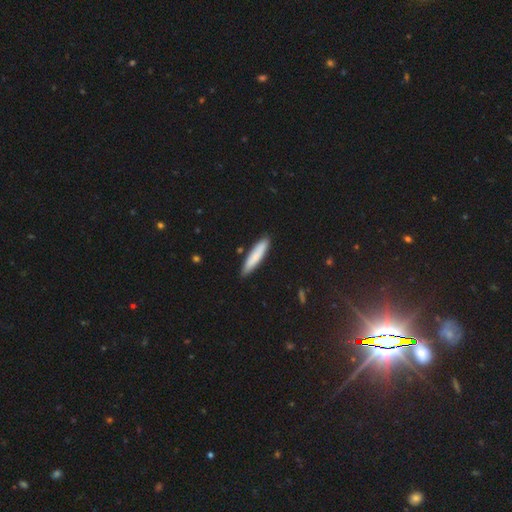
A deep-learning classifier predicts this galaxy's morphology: This appears to be a smooth galaxy with no disk features (75%) that is cigar-shaped (86%). Merging: none (87%).